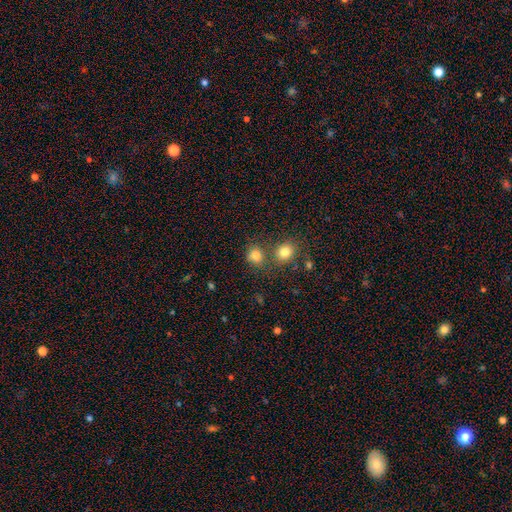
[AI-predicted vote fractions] smooth-or-featured: smooth: 80% | star or artifact: 13% | featured or disk: 7%
  how-rounded: round: 77% | in between: 22% | cigar-shaped: 1%
  merging: none: 62% | merger: 25% | minor disturbance: 10% | major disturbance: 4%